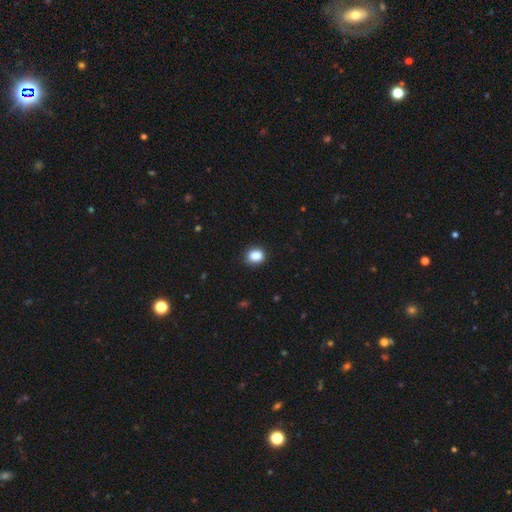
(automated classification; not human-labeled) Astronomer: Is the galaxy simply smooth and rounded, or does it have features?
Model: smooth — 87%.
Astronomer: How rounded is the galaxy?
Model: round — 50% (runner-up: in between, 49%).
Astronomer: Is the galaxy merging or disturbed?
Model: none — 86%.